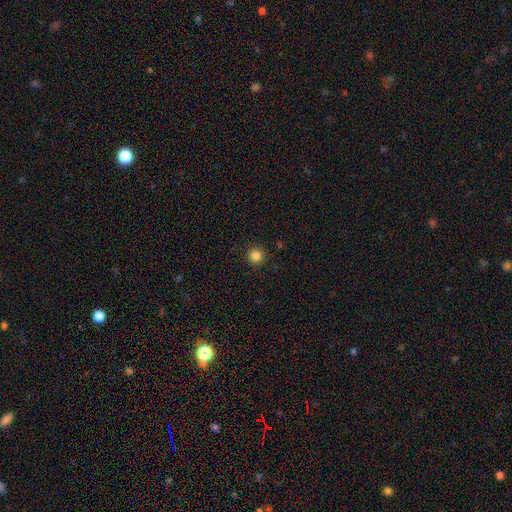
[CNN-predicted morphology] Overall: smooth (84%). How rounded: round (96%). Merging: none (92%).